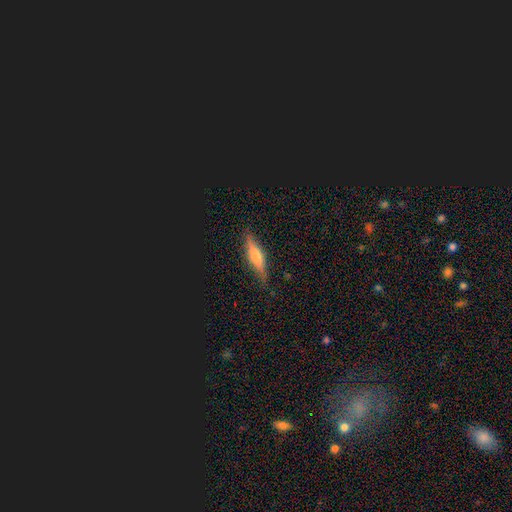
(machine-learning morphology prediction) smooth-or-featured: featured or disk: 48% | smooth: 43% | star or artifact: 9%
  merging: none: 84% | minor disturbance: 13% | major disturbance: 2% | merger: 1%